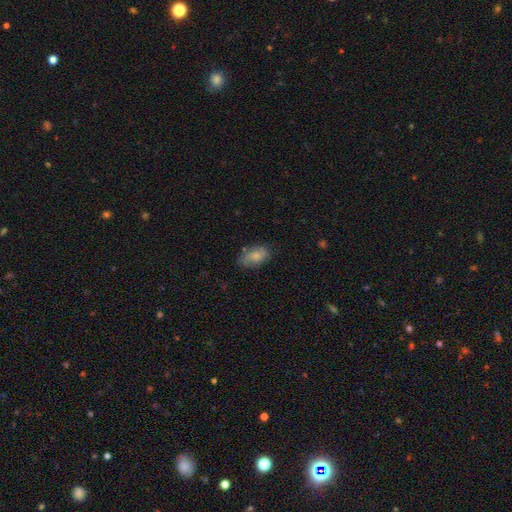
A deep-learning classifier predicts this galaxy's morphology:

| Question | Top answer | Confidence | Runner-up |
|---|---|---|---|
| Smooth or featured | smooth | 74% | featured or disk (19%) |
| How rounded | in between | 91% | round (6%) |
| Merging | none | 69% | minor disturbance (23%) |